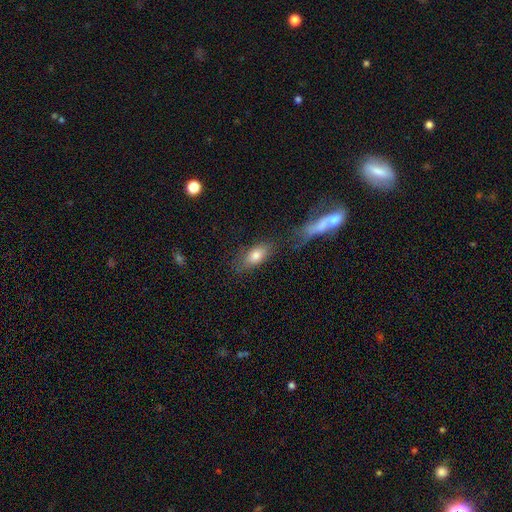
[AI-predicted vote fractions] Morphology: type=smooth (78%); roundness=in between (84%); merging=none (68%).